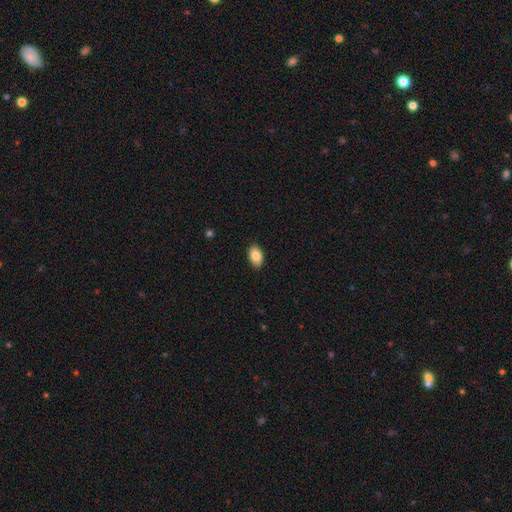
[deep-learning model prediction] A smooth galaxy with no disk features (85%) that is in between round and cigar-shaped (92%). Merging: none (89%).